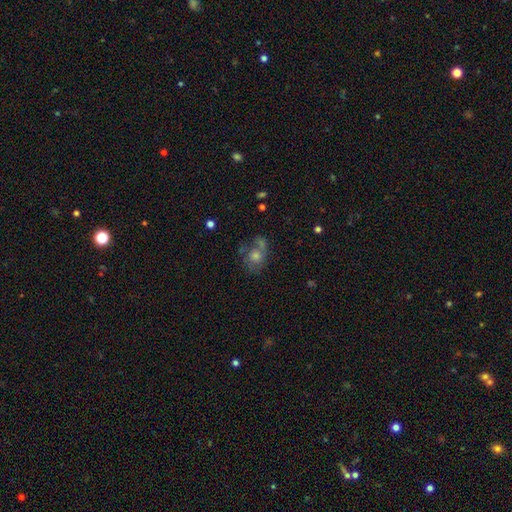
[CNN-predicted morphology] This appears to be a smooth galaxy with no disk features (46%). Merging: none (50%).